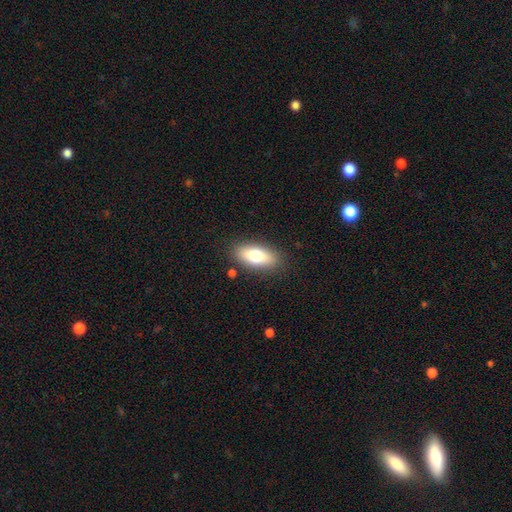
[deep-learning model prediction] This is likely a smooth galaxy (72%). How rounded: clearly in between (82%). Merging: clearly none (85%).